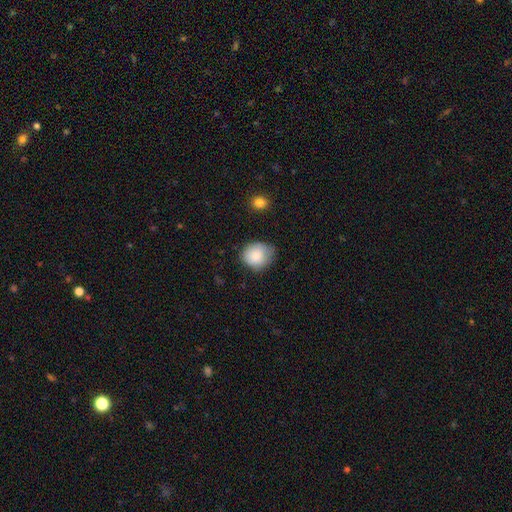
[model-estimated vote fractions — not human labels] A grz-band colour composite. It shows a smooth galaxy with no disk features (83%) that is round (72%). Merging: none (59%).